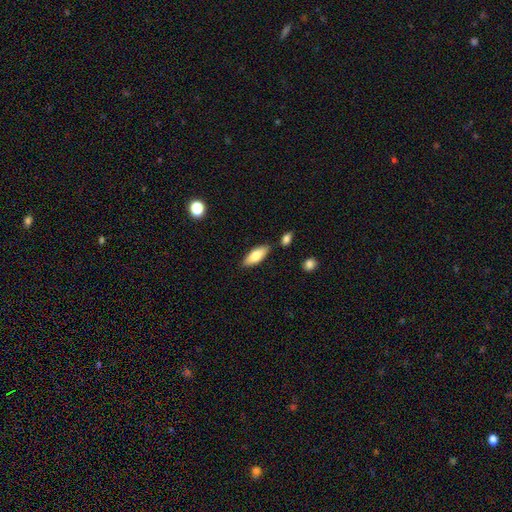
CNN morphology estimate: smooth-or-featured: smooth: 77% | featured or disk: 17% | star or artifact: 6%
  how-rounded: in between: 76% | cigar-shaped: 22% | round: 2%
  merging: none: 82% | minor disturbance: 11% | merger: 5% | major disturbance: 2%